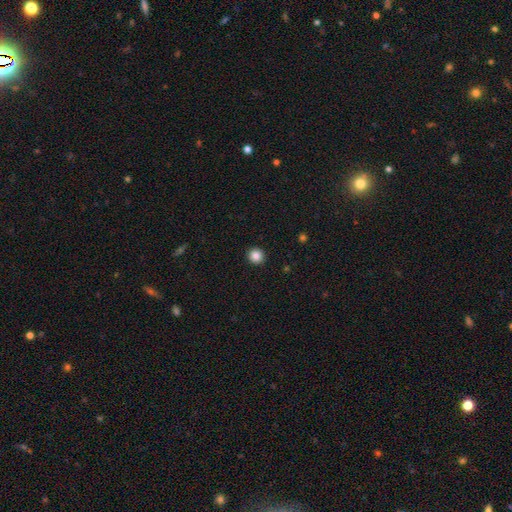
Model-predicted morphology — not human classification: smooth 85%, star or artifact 10%, featured or disk 5%. Down the decision tree: how rounded — round (91%); merging — none (93%).